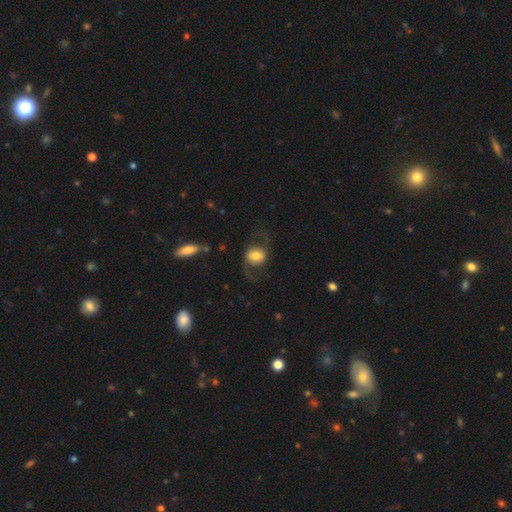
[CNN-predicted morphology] This appears to be a featured or disk galaxy (58%) with no bar (47%), spiral arms (87%) and a moderate central bulge (44%). Merging: none (64%).